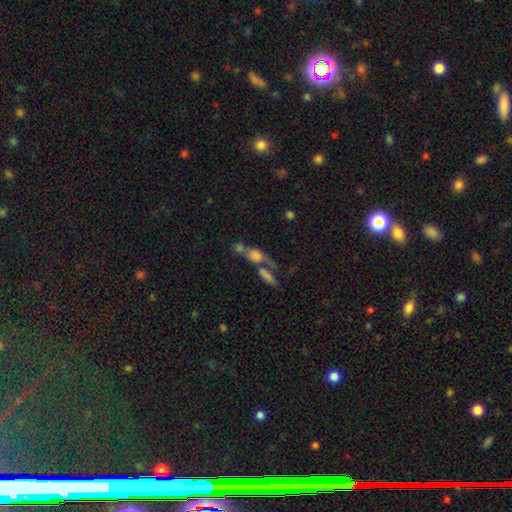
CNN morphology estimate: Smooth or featured? Predicted: smooth (p=0.61). How rounded? Predicted: in between (p=0.56). Merging? Predicted: merger (p=0.59).